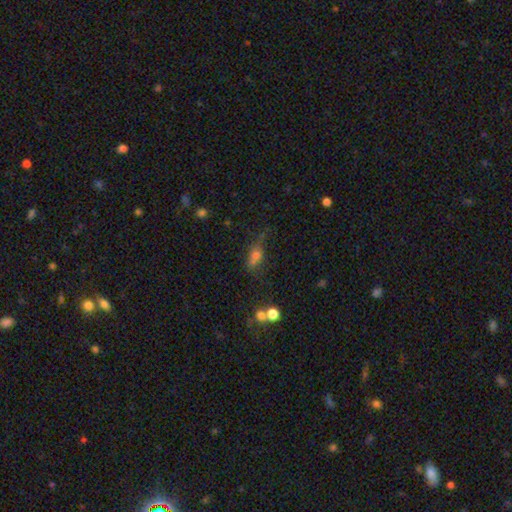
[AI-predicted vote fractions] Overall: smooth (57%; featured or disk 26%). How rounded: in between (59%; cigar-shaped 23%). Merging: none (45%; minor disturbance 25%).